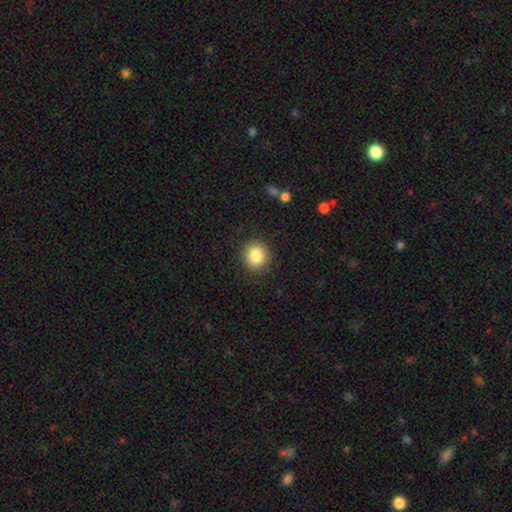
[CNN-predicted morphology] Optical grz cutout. It shows a smooth galaxy with no disk features (85%) that is round (85%). Merging: none (89%).